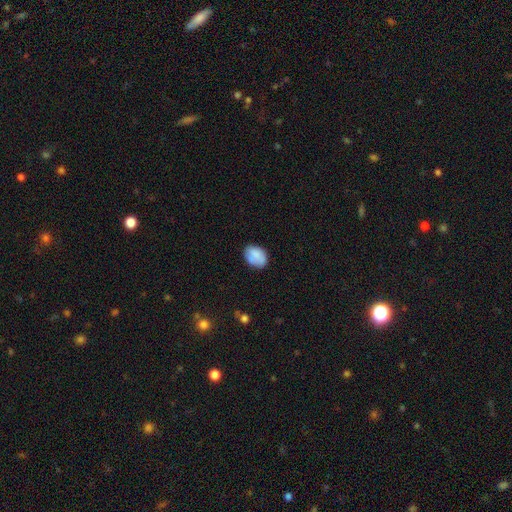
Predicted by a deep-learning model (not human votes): Q: Smooth or featured?
A: smooth (82%); runner-up: featured or disk (11%)
Q: How rounded?
A: in between (80%); runner-up: round (19%)
Q: Merging?
A: none (75%); runner-up: minor disturbance (19%)